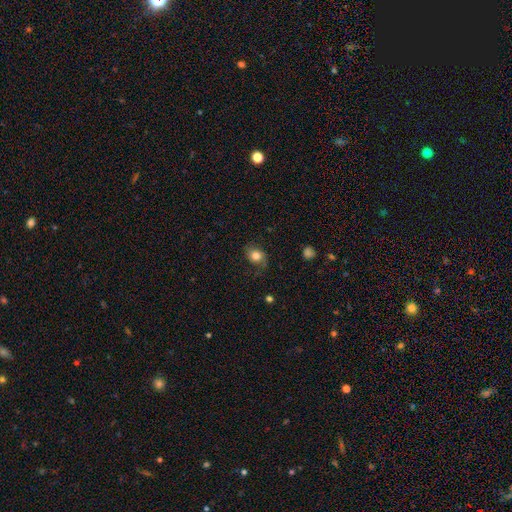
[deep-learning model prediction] A smooth galaxy with no disk features (74%) that is round (52%). Merging: none (66%).